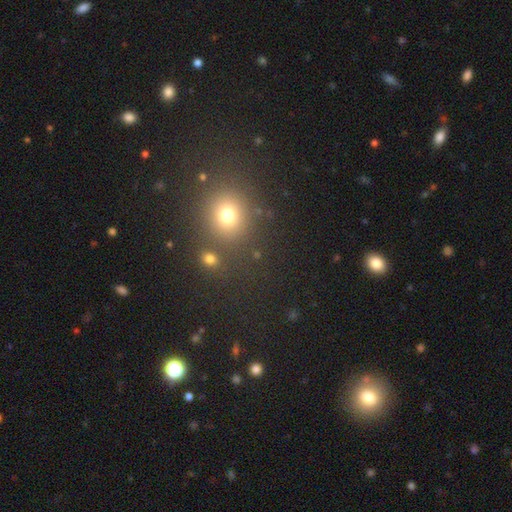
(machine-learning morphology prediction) A smooth galaxy with no disk features (56%) that is round (80%).

Vote fractions:
- Smooth or featured? smooth: 56% / star or artifact: 36% / featured or disk: 8%
- How rounded? round: 80% / in between: 18% / cigar-shaped: 1%
- Merging? none: 83% / minor disturbance: 8% / merger: 6% / major disturbance: 4%